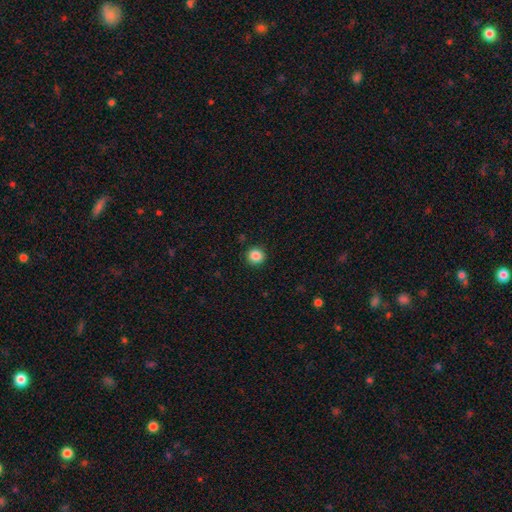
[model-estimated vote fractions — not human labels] Smooth or featured?
  - smooth: 86% *
  - star or artifact: 10%
  - featured or disk: 3%
How rounded?
  - round: 93% *
  - in between: 6%
  - cigar-shaped: 1%
Merging?
  - none: 92% *
  - minor disturbance: 5%
  - major disturbance: 2%
  - merger: 1%